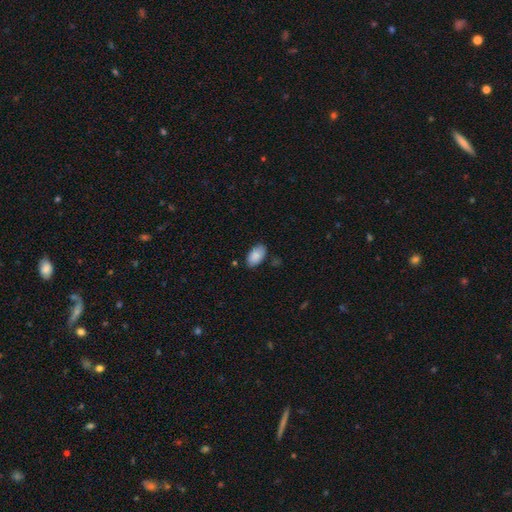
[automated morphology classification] smooth 88%, star or artifact 6%, featured or disk 5%. Down the decision tree: how rounded — in between (94%); merging — none (81%).